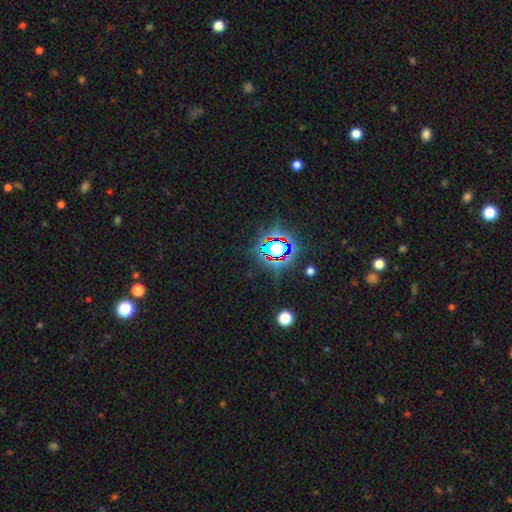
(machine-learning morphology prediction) star or artifact 81%, smooth 11%, featured or disk 7%.